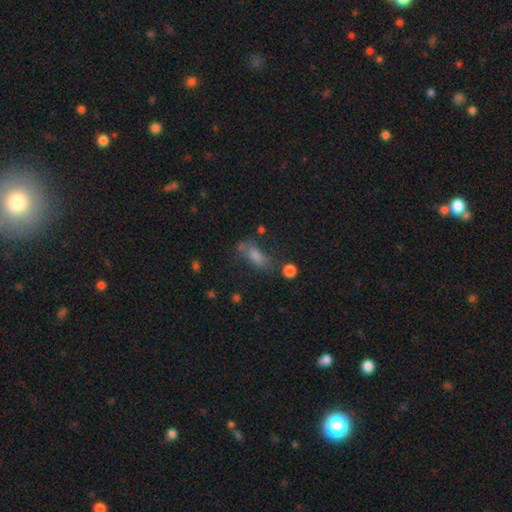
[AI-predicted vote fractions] Smooth or featured: smooth — 63% (featured or disk — 22%)
How rounded: in between — 72% (cigar-shaped — 21%)
Merging: none — 52% (minor disturbance — 23%)